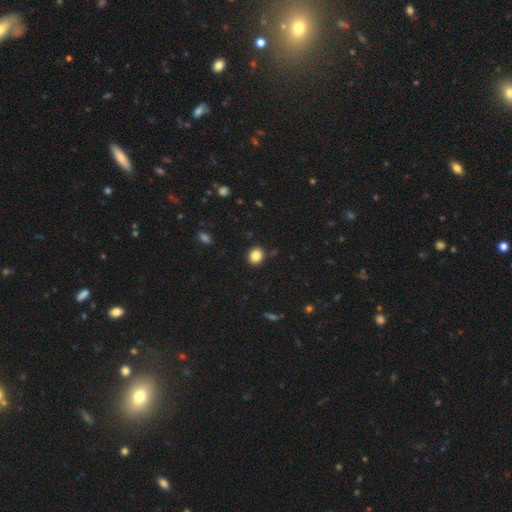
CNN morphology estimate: smooth 85%, star or artifact 10%, featured or disk 5%. Down the decision tree: how rounded — round (78%); merging — none (90%).